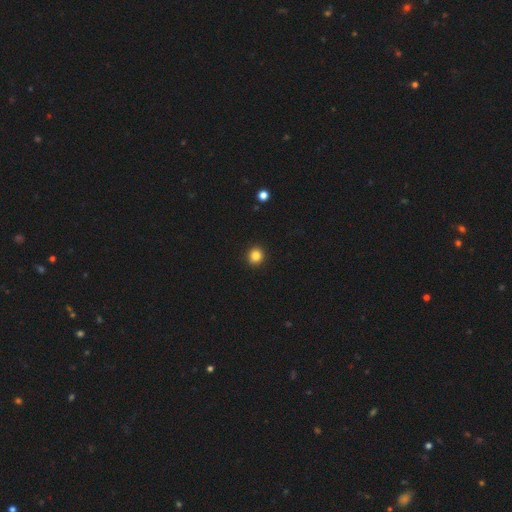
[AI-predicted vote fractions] smooth-or-featured: smooth: 84% | star or artifact: 12% | featured or disk: 4%
  how-rounded: round: 89% | in between: 10% | cigar-shaped: 1%
  merging: none: 92% | minor disturbance: 5% | major disturbance: 1% | merger: 1%